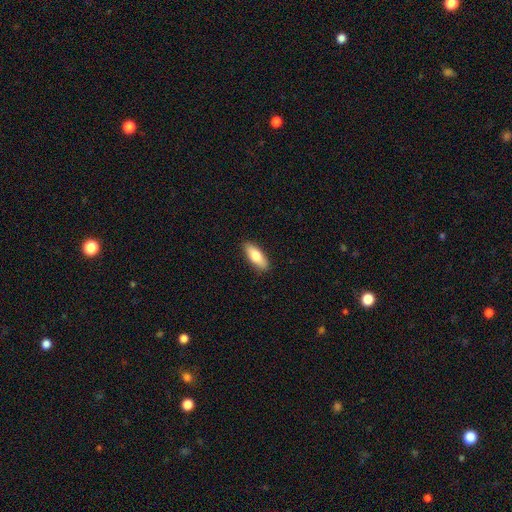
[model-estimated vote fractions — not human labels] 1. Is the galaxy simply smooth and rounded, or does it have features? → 80% smooth, 14% featured or disk, 6% star or artifact.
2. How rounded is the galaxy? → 71% in between, 27% cigar-shaped, 2% round.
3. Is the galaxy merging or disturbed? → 89% none, 9% minor disturbance, 2% major disturbance, 1% merger.